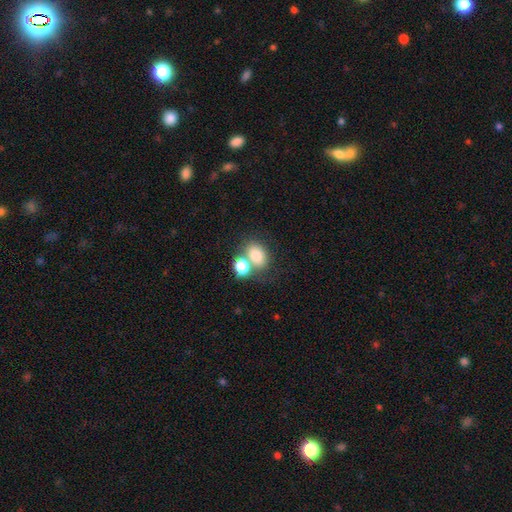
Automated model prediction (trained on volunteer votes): Smooth or featured?
  - smooth: 78% *
  - star or artifact: 11%
  - featured or disk: 10%
How rounded?
  - in between: 64% *
  - round: 35%
  - cigar-shaped: 1%
Merging?
  - none: 46% *
  - merger: 38%
  - minor disturbance: 11%
  - major disturbance: 5%